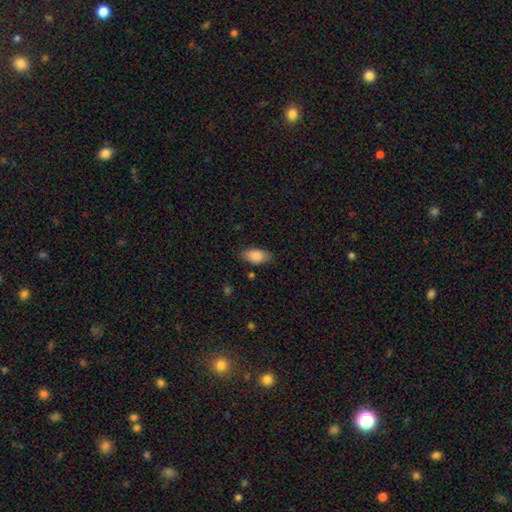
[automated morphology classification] Smooth or featured? Predicted: smooth (p=0.88). How rounded? Predicted: in between (p=0.92). Merging? Predicted: none (p=0.77).